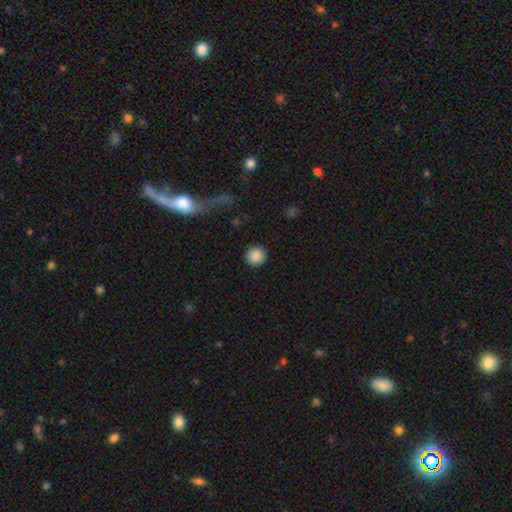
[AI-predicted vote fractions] This is clearly a smooth galaxy (89%). How rounded: clearly round (95%). Merging: clearly none (92%).